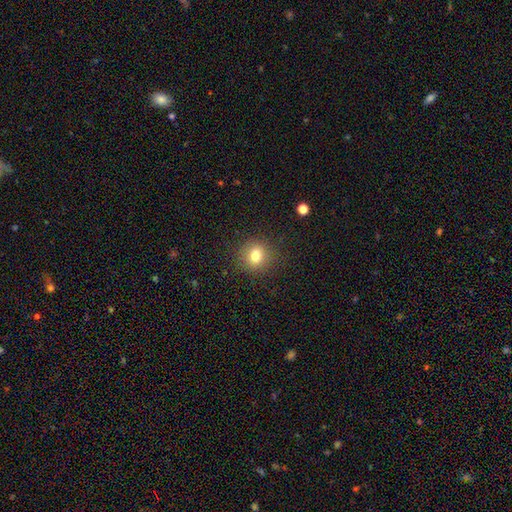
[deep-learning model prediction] Smooth or featured?
  - smooth: 78% *
  - star or artifact: 13%
  - featured or disk: 9%
How rounded?
  - round: 83% *
  - in between: 16%
  - cigar-shaped: 1%
Merging?
  - none: 88% *
  - minor disturbance: 8%
  - major disturbance: 3%
  - merger: 1%